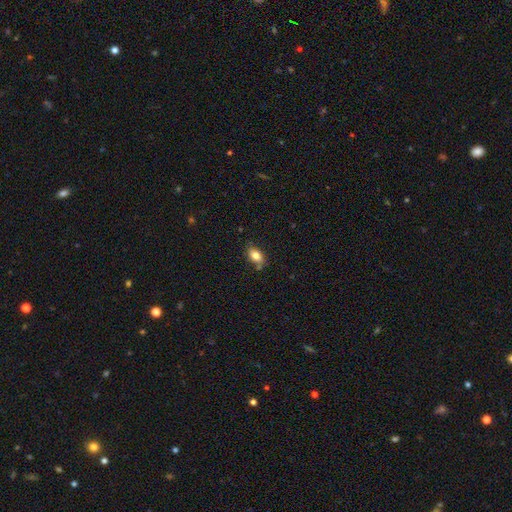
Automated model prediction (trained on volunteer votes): smooth 82%, featured or disk 10%, star or artifact 9%. Down the decision tree: how rounded — in between (86%); merging — none (74%).